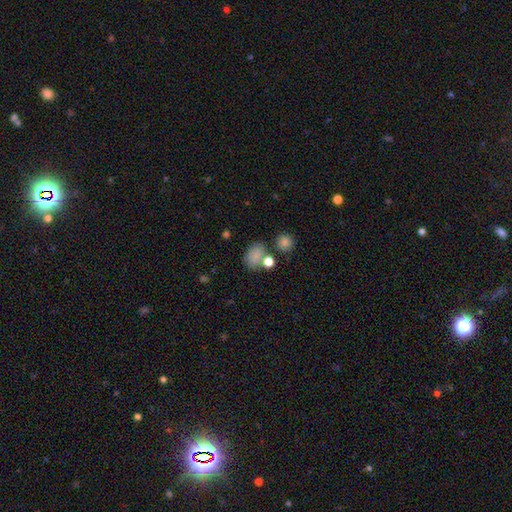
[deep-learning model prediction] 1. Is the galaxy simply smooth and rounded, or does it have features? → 80% smooth, 13% star or artifact, 7% featured or disk.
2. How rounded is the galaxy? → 71% in between, 28% round, 1% cigar-shaped.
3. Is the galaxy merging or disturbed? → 62% none, 18% merger, 15% minor disturbance, 6% major disturbance.